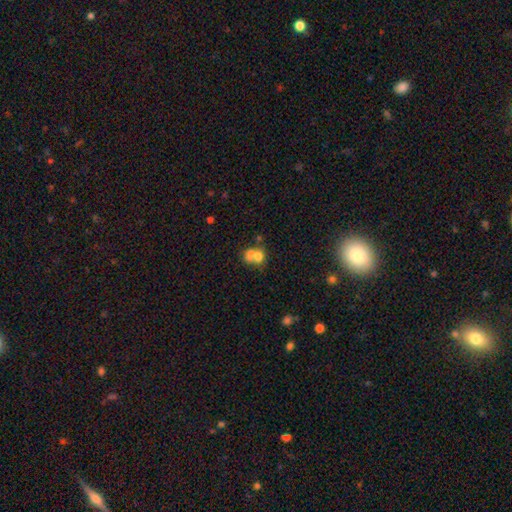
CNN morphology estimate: This appears to be a smooth galaxy with no disk features (66%) that is round (57%). Merging: merger (63%).